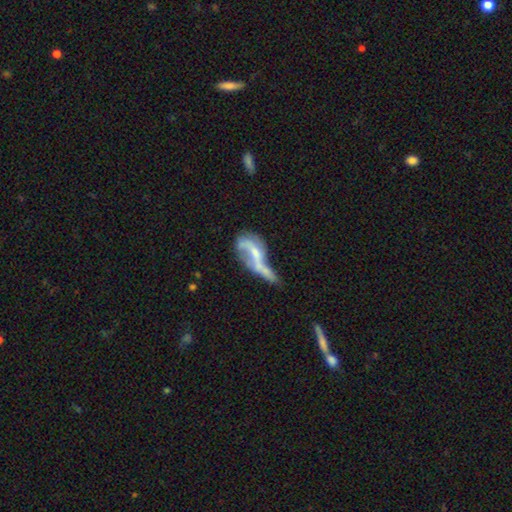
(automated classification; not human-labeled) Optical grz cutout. It shows a featured or disk galaxy (64%) with no bar (57%), no spiral arms (53%) and a small central bulge (39%). Merging: major disturbance (35%).